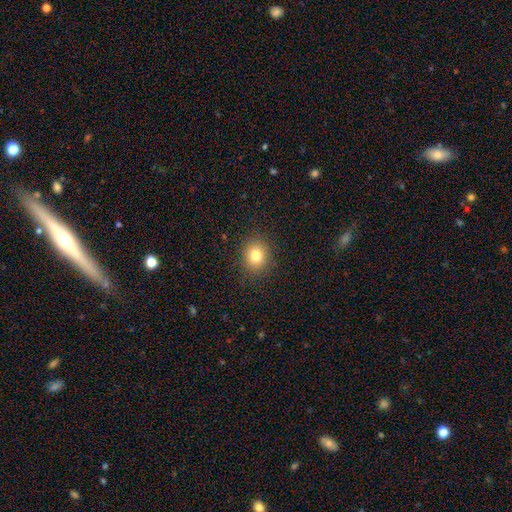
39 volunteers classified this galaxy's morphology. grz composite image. It shows a smooth galaxy with no disk features (85%) that is round (70%). Merging: none (89%).